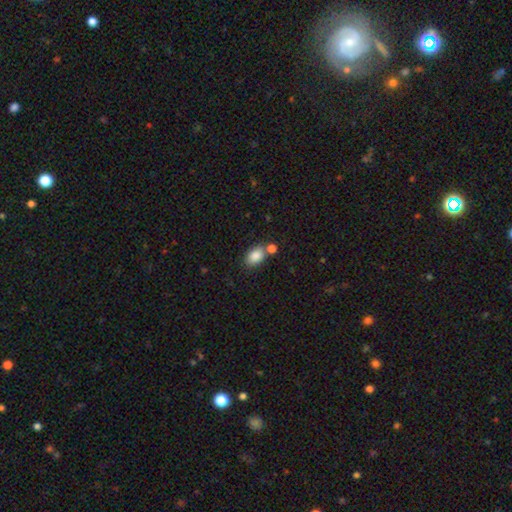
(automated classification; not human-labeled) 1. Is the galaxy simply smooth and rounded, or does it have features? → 86% smooth, 9% star or artifact, 5% featured or disk.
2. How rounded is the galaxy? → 83% in between, 15% round, 1% cigar-shaped.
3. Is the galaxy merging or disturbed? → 63% none, 20% merger, 13% minor disturbance, 4% major disturbance.